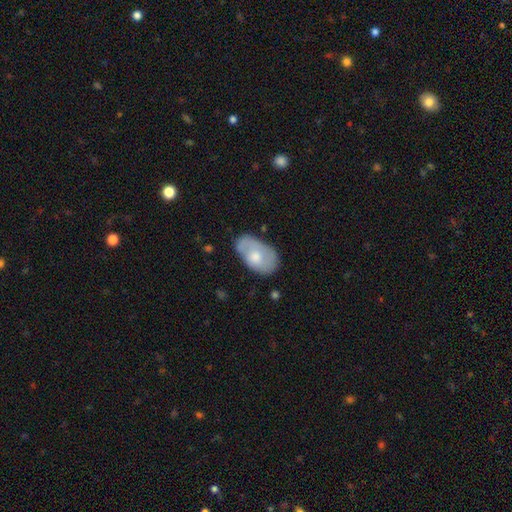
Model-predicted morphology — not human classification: A smooth galaxy with no disk features (59%) that is in between round and cigar-shaped (92%). Merging: none (56%).